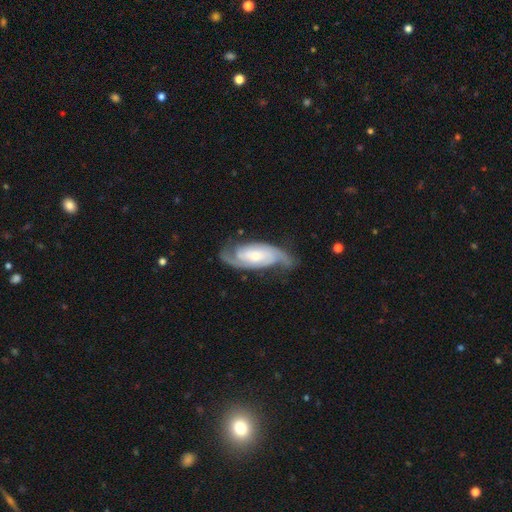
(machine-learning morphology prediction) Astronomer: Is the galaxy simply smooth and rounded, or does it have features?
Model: featured or disk — 86%.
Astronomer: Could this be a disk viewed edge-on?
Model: no — 94%.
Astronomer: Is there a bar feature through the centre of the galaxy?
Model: no — 57% (runner-up: weak, 32%).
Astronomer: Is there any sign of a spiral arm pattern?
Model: yes — 97%.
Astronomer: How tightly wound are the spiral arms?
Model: tight — 45% (runner-up: medium, 41%).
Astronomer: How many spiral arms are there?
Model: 2 — 81%.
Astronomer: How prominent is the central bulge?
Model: small — 55% (runner-up: moderate, 39%).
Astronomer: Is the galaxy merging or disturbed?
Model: none — 71%.